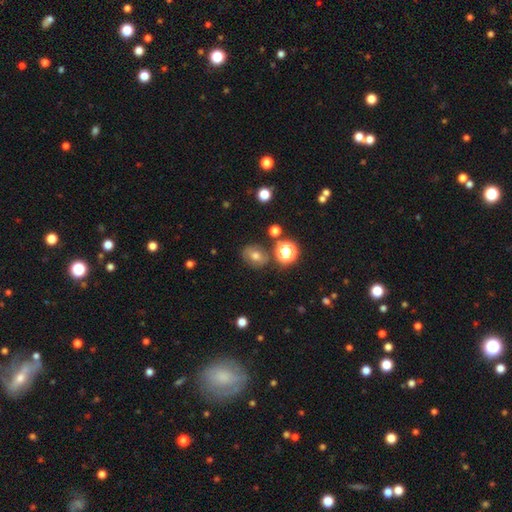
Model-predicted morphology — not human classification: type=smooth (56%); roundness=round (56%); merging=none (77%).